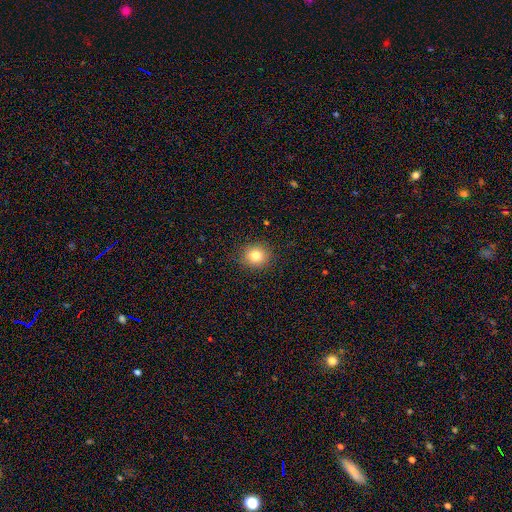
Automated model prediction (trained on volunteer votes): This appears to be a smooth galaxy with no disk features (81%) that is round (85%). Merging: none (89%).